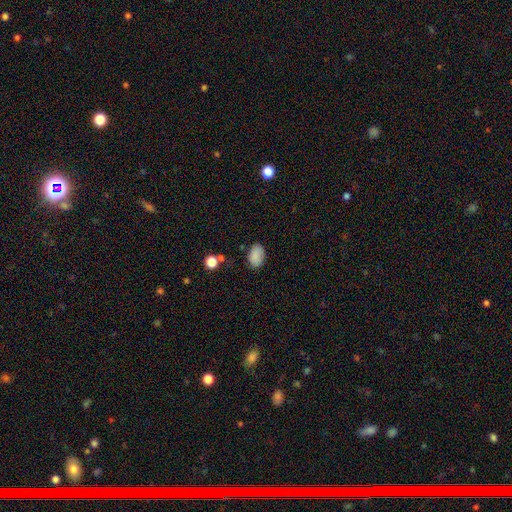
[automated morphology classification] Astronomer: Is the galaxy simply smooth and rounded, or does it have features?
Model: smooth — 85%.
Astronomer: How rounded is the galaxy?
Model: in between — 86%.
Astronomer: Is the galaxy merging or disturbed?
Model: none — 78%.